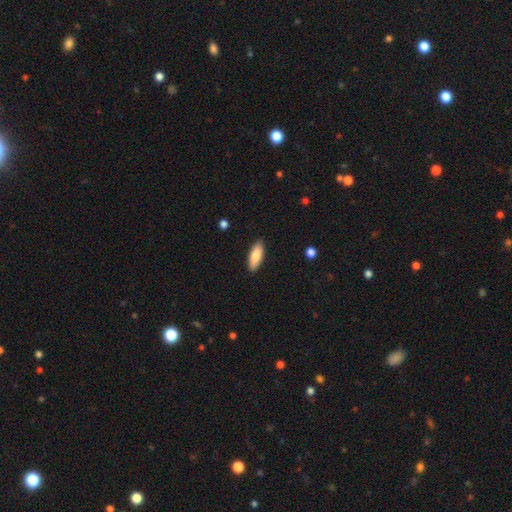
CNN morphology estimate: A smooth galaxy with no disk features (84%) that is in between round and cigar-shaped (66%).

Vote fractions:
- Smooth or featured? smooth: 84% / featured or disk: 10% / star or artifact: 6%
- How rounded? in between: 66% / cigar-shaped: 32% / round: 2%
- Merging? none: 88% / minor disturbance: 9% / major disturbance: 2% / merger: 1%